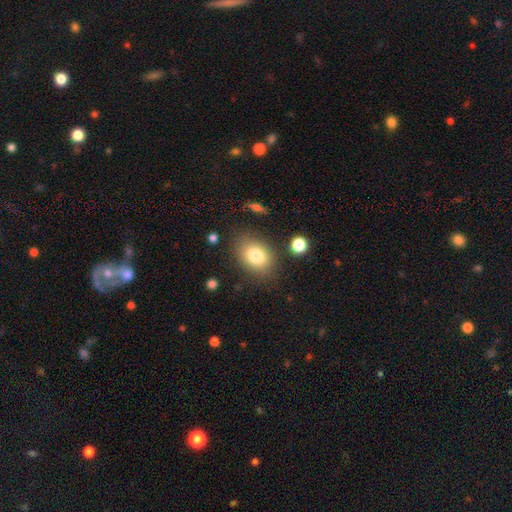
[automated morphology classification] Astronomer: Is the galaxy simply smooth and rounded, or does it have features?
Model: smooth — 80%.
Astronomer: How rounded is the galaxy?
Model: in between — 69%.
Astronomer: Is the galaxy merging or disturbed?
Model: none — 80%.